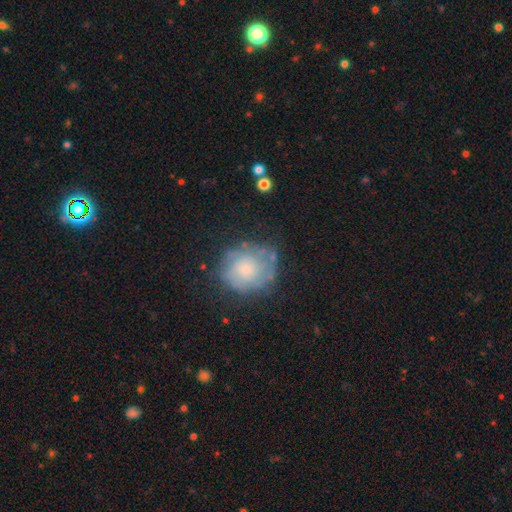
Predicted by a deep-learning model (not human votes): Overall: smooth (45%; featured or disk 44%). Merging: none (67%).